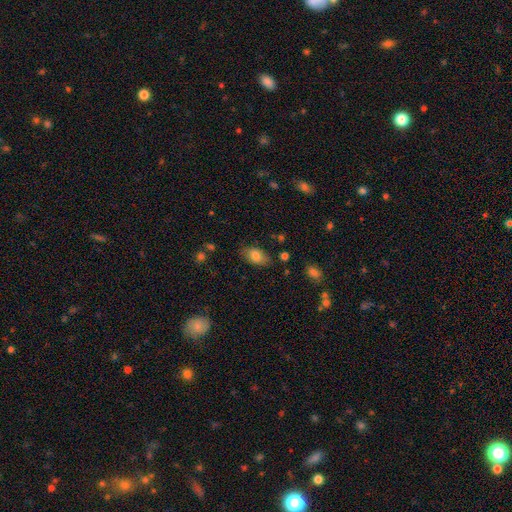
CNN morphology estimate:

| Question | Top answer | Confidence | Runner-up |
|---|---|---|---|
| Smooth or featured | smooth | 80% | featured or disk (12%) |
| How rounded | in between | 90% | round (8%) |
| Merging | none | 78% | minor disturbance (16%) |